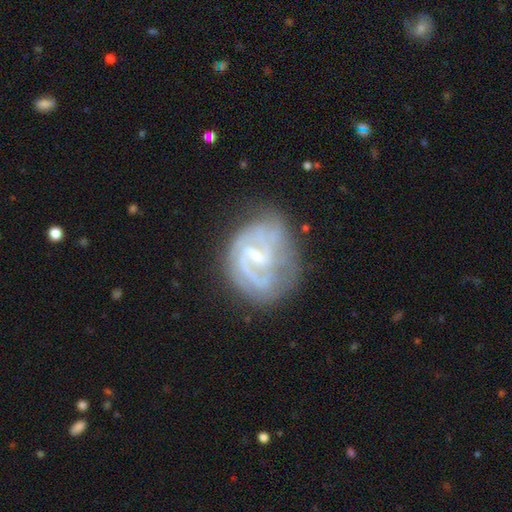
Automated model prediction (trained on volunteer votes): Smooth or featured?
  - featured or disk: 88% *
  - smooth: 7%
  - star or artifact: 6%
Edge-on disk?
  - no: 98% *
  - yes: 2%
Bar?
  - weak: 51% *
  - strong: 34%
  - no: 15%
Spiral arms?
  - yes: 96% *
  - no: 4%
Spiral winding?
  - medium: 48% *
  - tight: 37%
  - loose: 15%
Spiral arm count?
  - 2: 61% *
  - 3: 13%
  - can't tell: 12%
  - 1: 7%
  - 4: 4%
  - more than 4: 3%
Bulge size?
  - small: 62% *
  - moderate: 26%
  - none: 9%
  - large: 2%
  - dominant: 1%
Merging?
  - none: 61% *
  - minor disturbance: 21%
  - major disturbance: 15%
  - merger: 3%